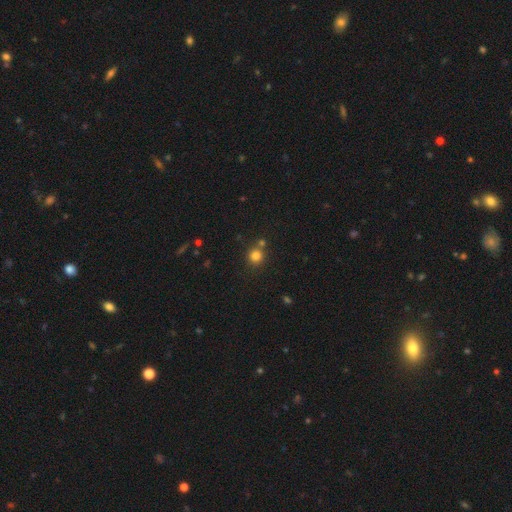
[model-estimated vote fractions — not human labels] Q: Smooth or featured?
A: smooth (80%); runner-up: star or artifact (14%)
Q: How rounded?
A: round (92%); runner-up: in between (7%)
Q: Merging?
A: none (73%); runner-up: merger (17%)